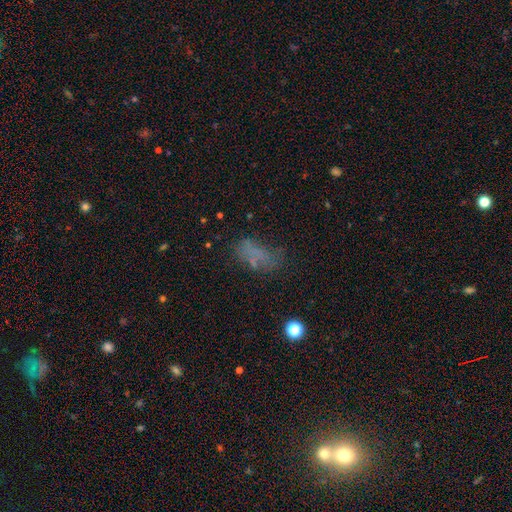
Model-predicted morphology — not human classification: Overall: smooth (54%; star or artifact 24%). How rounded: in between (82%). Merging: none (52%; minor disturbance 23%).